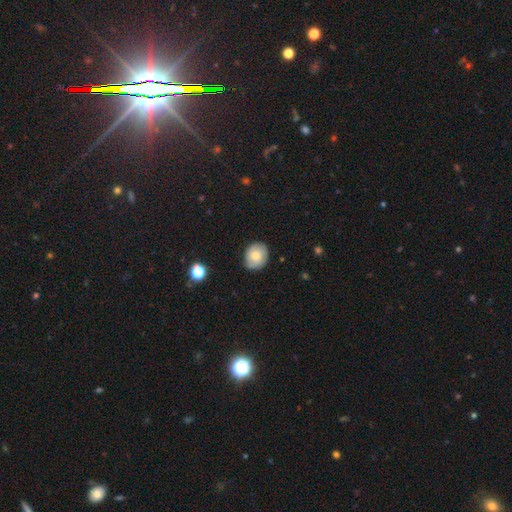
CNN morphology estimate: Smooth or featured? Predicted: smooth (p=0.60). How rounded? Predicted: round (p=0.62). Merging? Predicted: none (p=0.77).